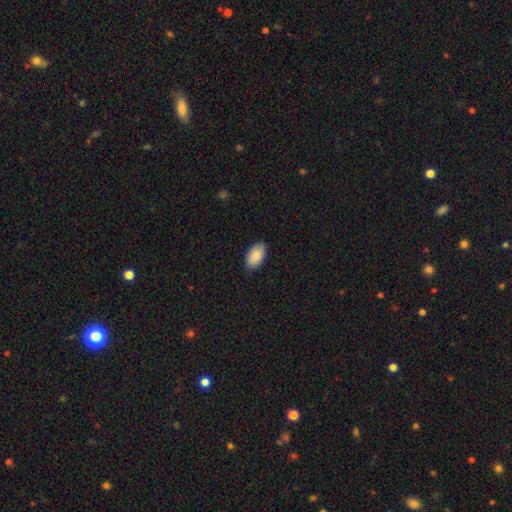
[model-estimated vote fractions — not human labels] Smooth or featured? smooth (89%)
How rounded? in between (95%)
Merging? none (85%)